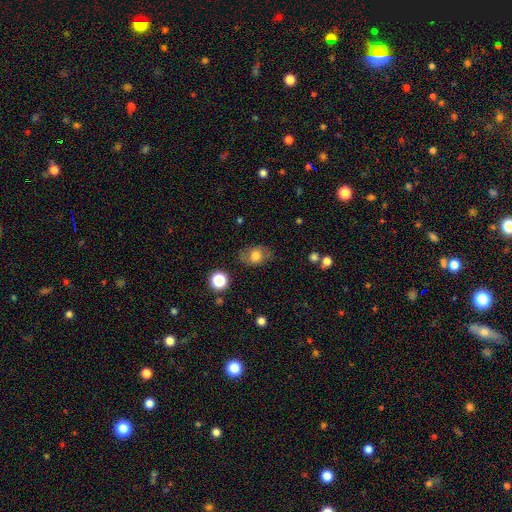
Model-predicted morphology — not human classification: Smooth or featured?
  - smooth: 67% *
  - featured or disk: 24%
  - star or artifact: 10%
How rounded?
  - in between: 67% *
  - round: 31%
  - cigar-shaped: 2%
Merging?
  - none: 75% *
  - minor disturbance: 17%
  - major disturbance: 6%
  - merger: 2%